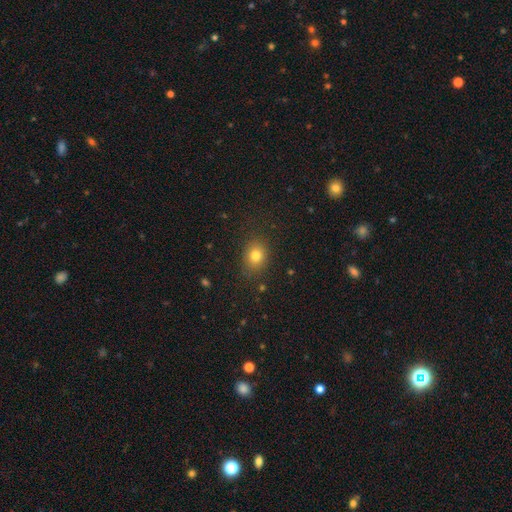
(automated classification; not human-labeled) Smooth or featured: smooth — 79% (star or artifact — 13%)
How rounded: round — 53% (in between — 46%)
Merging: none — 83% (minor disturbance — 12%)